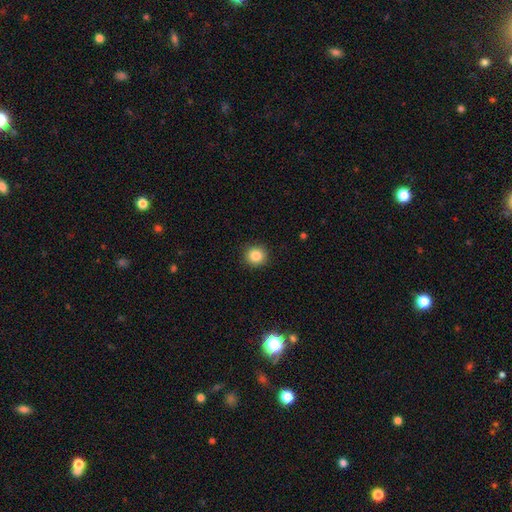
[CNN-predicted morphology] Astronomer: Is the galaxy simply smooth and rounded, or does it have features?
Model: smooth — 85%.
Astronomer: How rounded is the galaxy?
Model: round — 92%.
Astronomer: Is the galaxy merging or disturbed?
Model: none — 92%.